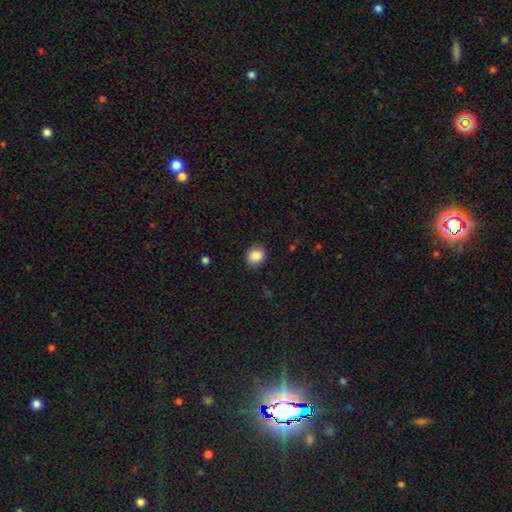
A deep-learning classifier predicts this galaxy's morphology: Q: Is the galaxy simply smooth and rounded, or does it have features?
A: smooth — 88%.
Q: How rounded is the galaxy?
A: round — 68%.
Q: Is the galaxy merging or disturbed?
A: none — 85%.